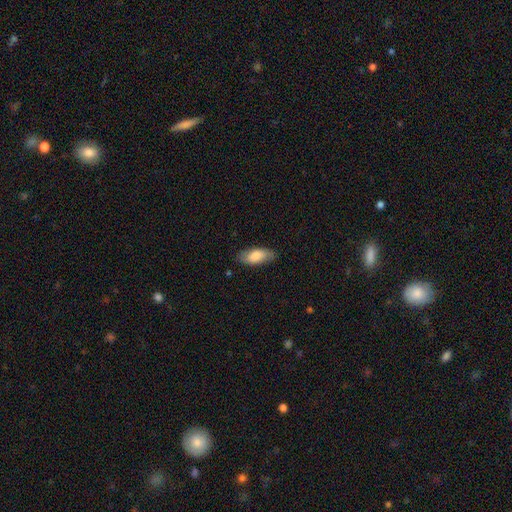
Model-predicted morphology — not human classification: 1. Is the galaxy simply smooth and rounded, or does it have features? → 77% smooth, 17% featured or disk, 6% star or artifact.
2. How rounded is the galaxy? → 85% in between, 13% cigar-shaped, 2% round.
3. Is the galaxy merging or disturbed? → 82% none, 14% minor disturbance, 3% major disturbance, 1% merger.